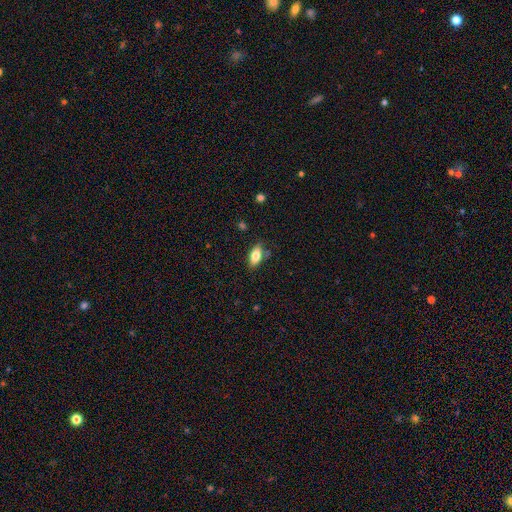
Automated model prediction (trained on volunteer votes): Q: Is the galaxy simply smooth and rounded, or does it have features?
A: smooth — 78%.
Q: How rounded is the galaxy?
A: in between — 87%.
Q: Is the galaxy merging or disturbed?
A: none — 77%.